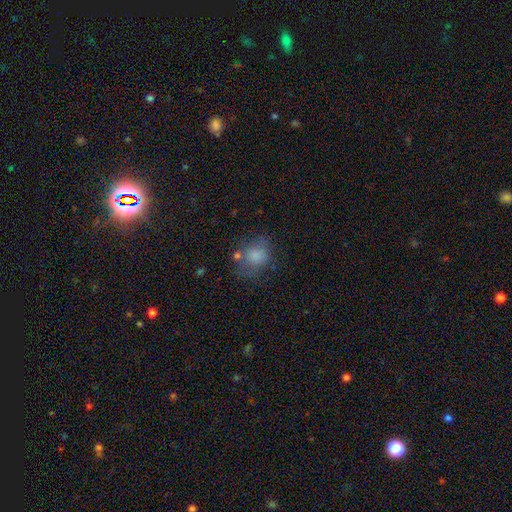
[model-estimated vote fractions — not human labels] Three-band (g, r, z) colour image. It shows a smooth galaxy with no disk features (78%) that is round (62%). Merging: none (53%).